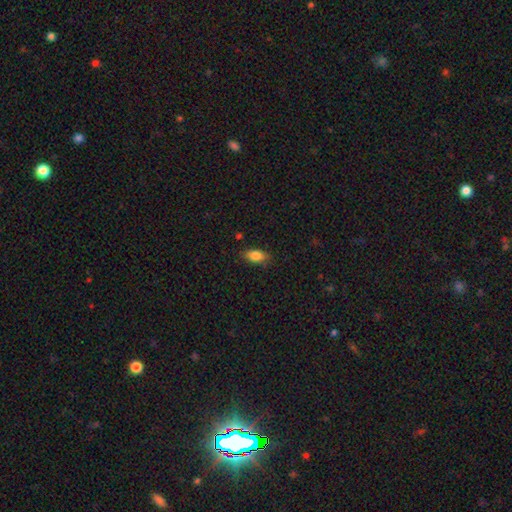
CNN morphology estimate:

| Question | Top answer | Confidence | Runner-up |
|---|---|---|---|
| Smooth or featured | smooth | 84% | star or artifact (8%) |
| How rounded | in between | 88% | cigar-shaped (7%) |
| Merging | none | 82% | minor disturbance (14%) |